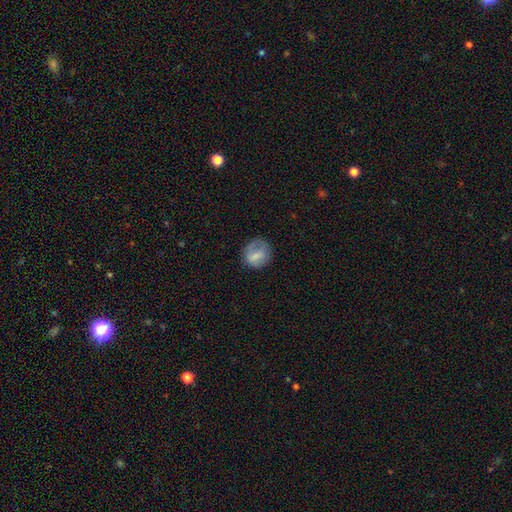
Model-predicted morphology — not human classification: Smooth or featured? Predicted: smooth (p=0.68). How rounded? Predicted: round (p=0.73). Merging? Predicted: none (p=0.66).